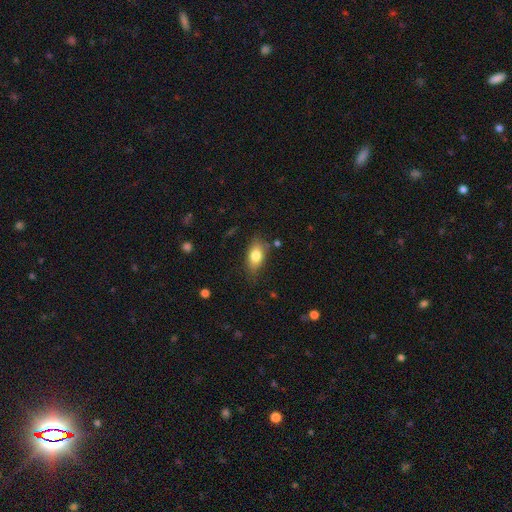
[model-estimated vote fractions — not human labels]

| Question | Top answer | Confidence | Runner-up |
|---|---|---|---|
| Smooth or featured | smooth | 78% | featured or disk (14%) |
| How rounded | in between | 86% | round (8%) |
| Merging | none | 73% | minor disturbance (20%) |